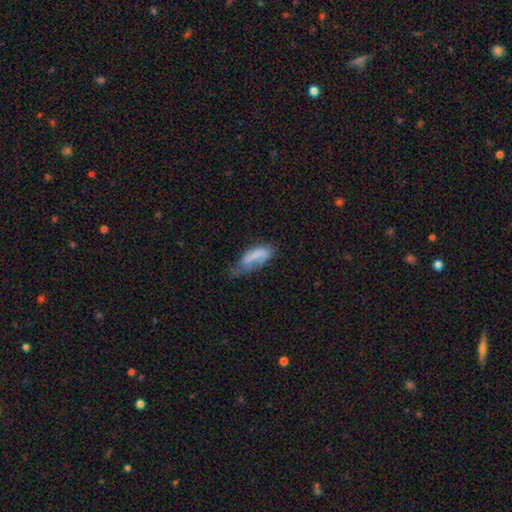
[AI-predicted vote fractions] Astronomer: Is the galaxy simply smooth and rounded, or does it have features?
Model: smooth — 54% (runner-up: featured or disk, 38%).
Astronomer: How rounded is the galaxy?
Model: in between — 74%.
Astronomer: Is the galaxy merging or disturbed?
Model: major disturbance — 36% (runner-up: minor disturbance, 32%).